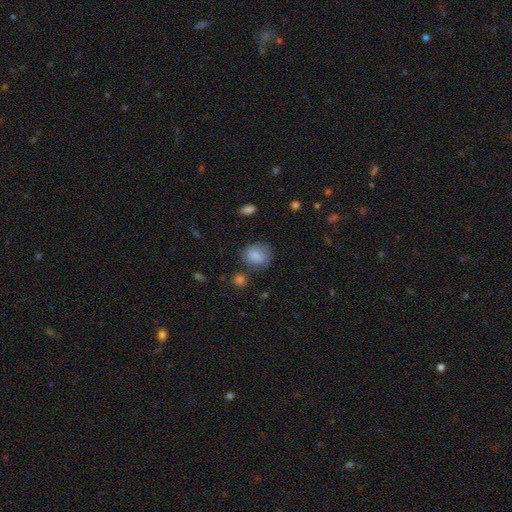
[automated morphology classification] Smooth or featured?
  - smooth: 79% *
  - featured or disk: 12%
  - star or artifact: 9%
How rounded?
  - in between: 50% *
  - round: 48%
  - cigar-shaped: 1%
Merging?
  - none: 59% *
  - minor disturbance: 25%
  - major disturbance: 11%
  - merger: 5%